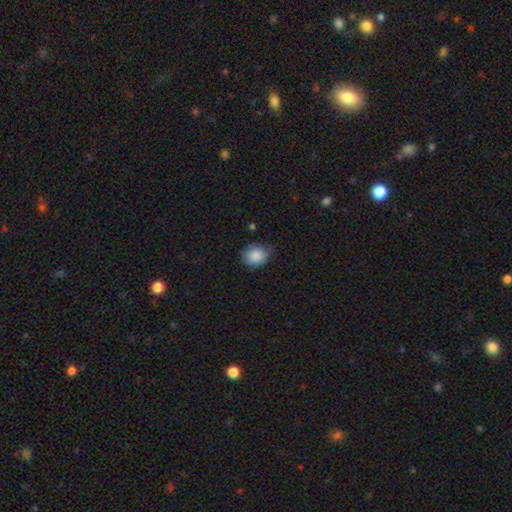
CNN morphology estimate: Smooth or featured? Predicted: smooth (p=0.86). How rounded? Predicted: round (p=0.59). Merging? Predicted: none (p=0.71).